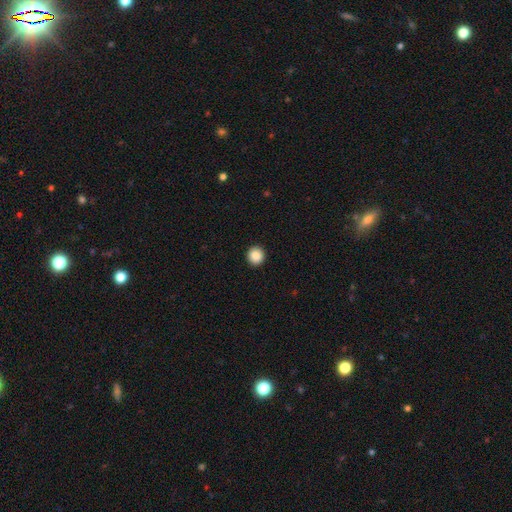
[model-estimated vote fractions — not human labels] smooth 88%, star or artifact 9%, featured or disk 3%. Down the decision tree: how rounded — round (93%); merging — none (93%).